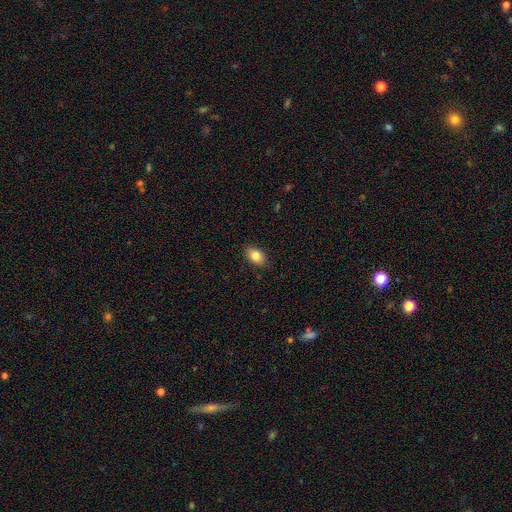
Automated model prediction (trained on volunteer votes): This appears to be a smooth galaxy with no disk features (83%) that is in between round and cigar-shaped (87%). Merging: none (87%).